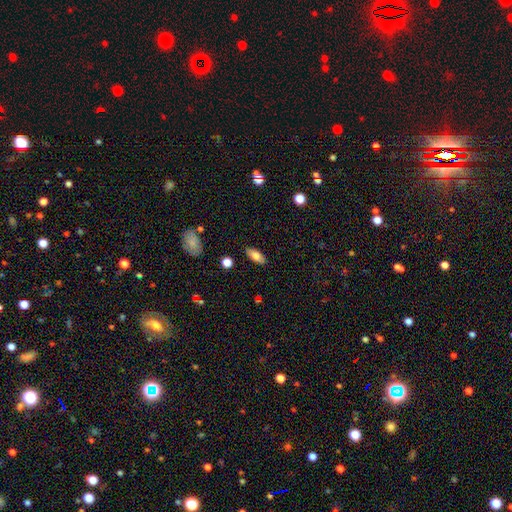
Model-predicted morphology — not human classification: Smooth or featured: smooth — 78% (featured or disk — 14%)
How rounded: in between — 85% (cigar-shaped — 12%)
Merging: none — 86% (minor disturbance — 10%)